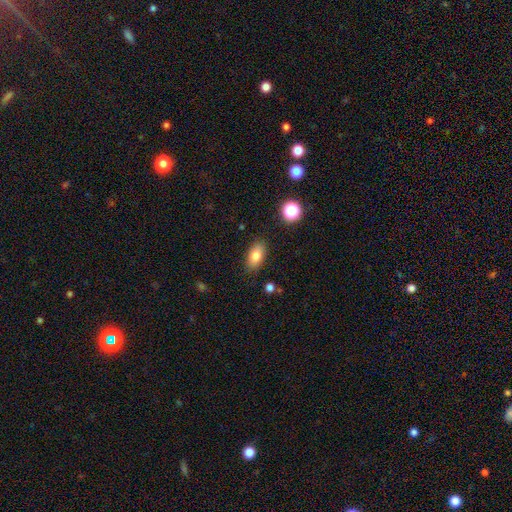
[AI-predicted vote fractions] Smooth or featured?
  - smooth: 81% *
  - featured or disk: 10%
  - star or artifact: 9%
How rounded?
  - in between: 88% *
  - round: 7%
  - cigar-shaped: 6%
Merging?
  - none: 86% *
  - minor disturbance: 10%
  - major disturbance: 3%
  - merger: 2%